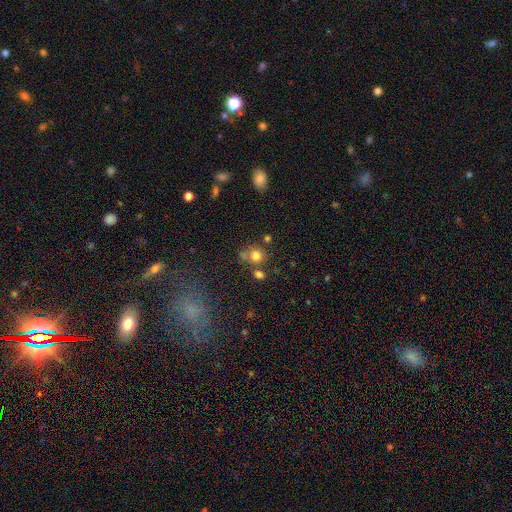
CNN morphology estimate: The model was most divided on "merging": none: 64%, merger: 19%, minor disturbance: 13%, major disturbance: 5%. More confident: how rounded — round (85%); smooth or featured — smooth (76%).